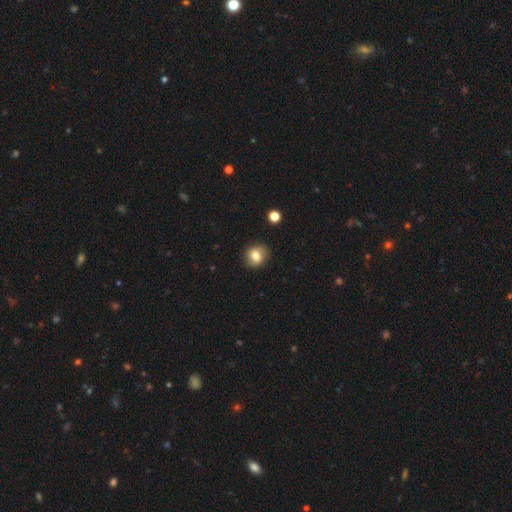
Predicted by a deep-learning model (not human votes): This is likely a smooth galaxy (75%). How rounded: likely round (69%). Merging: clearly none (82%).